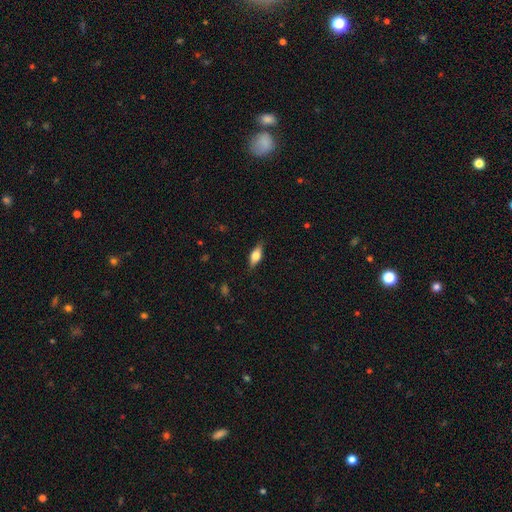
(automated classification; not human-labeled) smooth_or_featured: smooth (p=0.58) [alt: featured or disk p=0.35]
how_rounded: in between (p=0.74) [alt: cigar-shaped p=0.22]
merging: none (p=0.84) [alt: minor disturbance p=0.13]